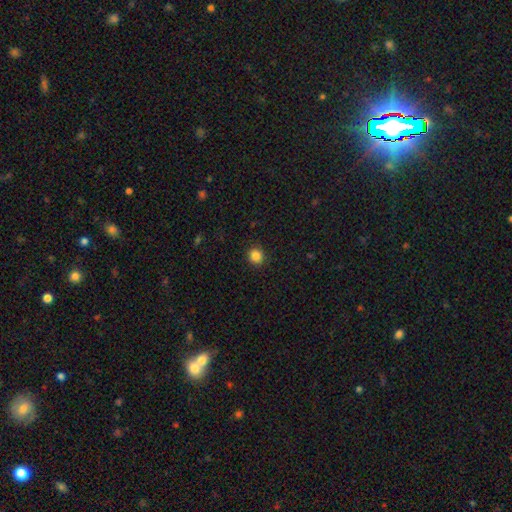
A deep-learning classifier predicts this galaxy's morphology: This appears to be a smooth galaxy with no disk features (86%) that is round (90%). Merging: none (91%).